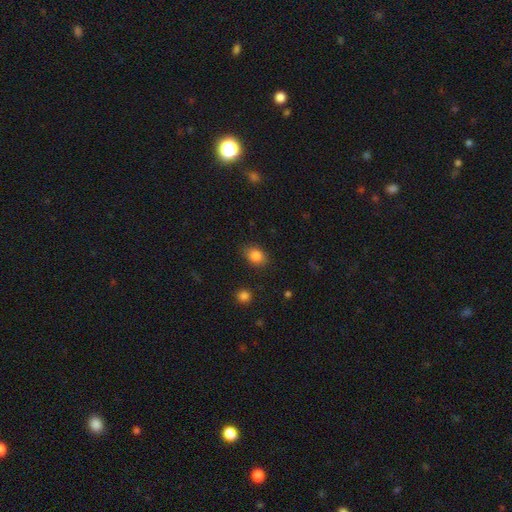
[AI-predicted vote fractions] A smooth galaxy with no disk features (84%) that is in between round and cigar-shaped (67%).

Vote fractions:
- Smooth or featured? smooth: 84% / star or artifact: 10% / featured or disk: 6%
- How rounded? in between: 67% / round: 31% / cigar-shaped: 1%
- Merging? none: 83% / minor disturbance: 13% / major disturbance: 3% / merger: 2%